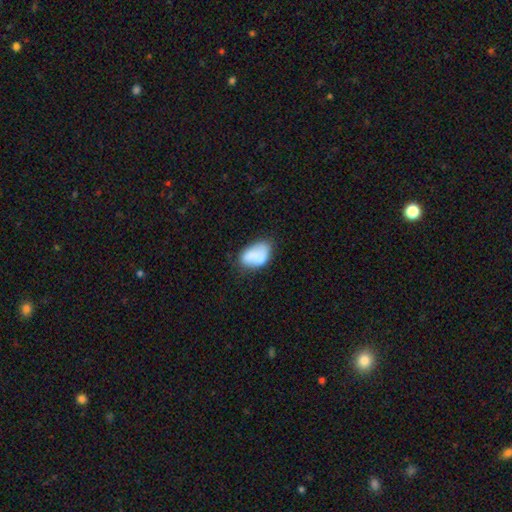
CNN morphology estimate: type=smooth (75%); roundness=in between (88%); merging=none (49%).